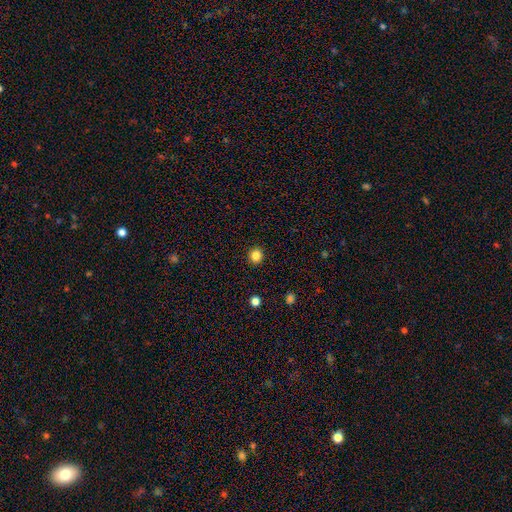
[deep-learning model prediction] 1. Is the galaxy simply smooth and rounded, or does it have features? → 84% smooth, 12% star or artifact, 4% featured or disk.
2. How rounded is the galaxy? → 87% round, 13% in between, 1% cigar-shaped.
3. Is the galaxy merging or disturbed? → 92% none, 5% minor disturbance, 2% major disturbance, 1% merger.